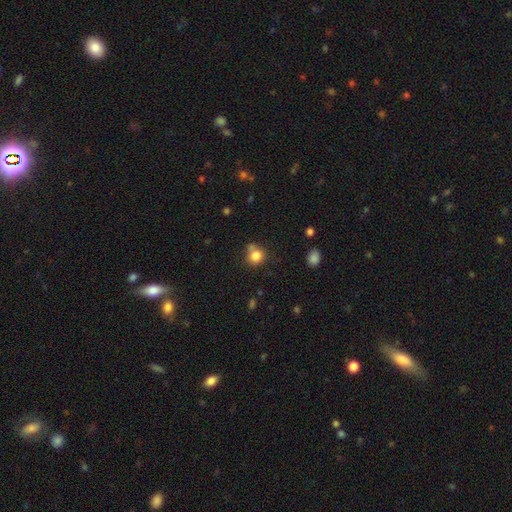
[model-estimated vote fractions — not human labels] smooth_or_featured: smooth (p=0.82) [alt: star or artifact p=0.11]
how_rounded: round (p=0.85) [alt: in between p=0.14]
merging: none (p=0.62) [alt: merger p=0.18]